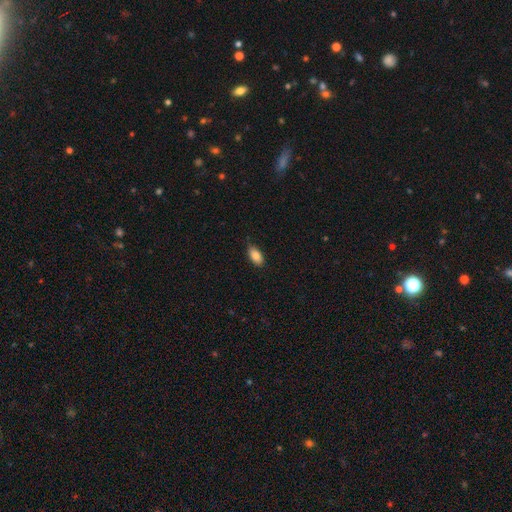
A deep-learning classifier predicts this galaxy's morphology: Overall: smooth (85%). How rounded: in between (92%). Merging: none (83%).